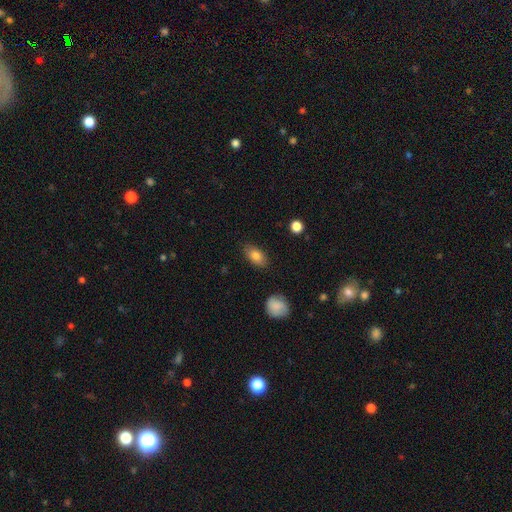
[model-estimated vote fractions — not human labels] This appears to be a smooth galaxy with no disk features (82%) that is in between round and cigar-shaped (89%). Merging: none (84%).